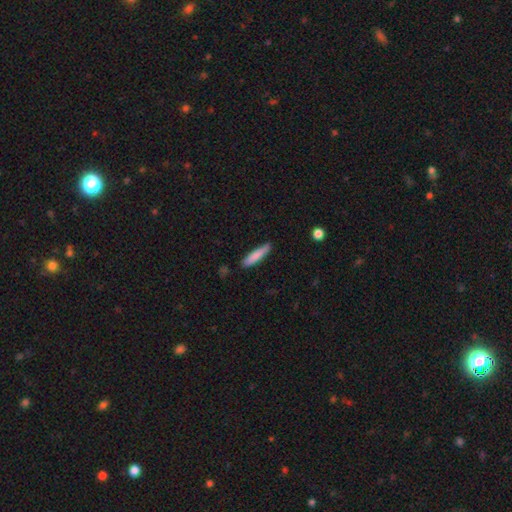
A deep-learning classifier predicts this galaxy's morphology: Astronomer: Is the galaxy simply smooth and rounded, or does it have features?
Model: smooth — 81%.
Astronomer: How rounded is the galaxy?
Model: cigar-shaped — 88%.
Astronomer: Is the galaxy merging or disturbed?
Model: none — 84%.